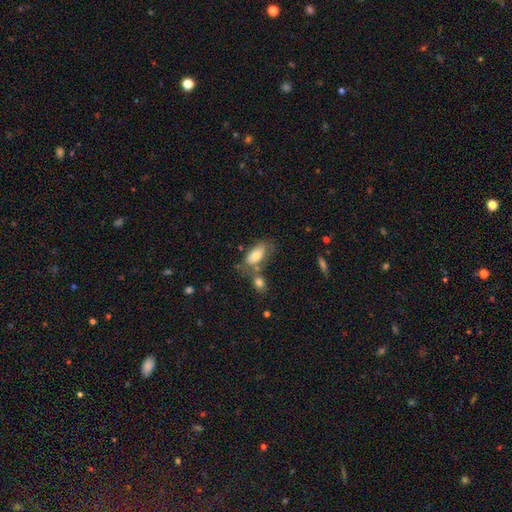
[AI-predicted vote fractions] The model was most divided on "merging": none: 44%, merger: 29%, minor disturbance: 19%, major disturbance: 8%. More confident: how rounded — in between (90%); smooth or featured — smooth (74%).